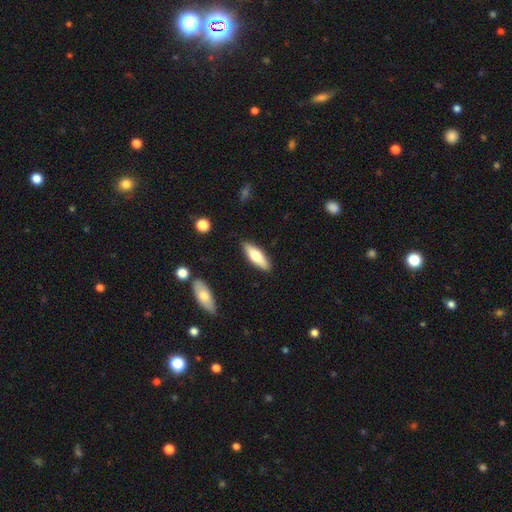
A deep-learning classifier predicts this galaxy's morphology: A smooth galaxy with no disk features (65%) that is in between round and cigar-shaped (51%).

Vote fractions:
- Smooth or featured? smooth: 65% / featured or disk: 29% / star or artifact: 5%
- How rounded? in between: 51% / cigar-shaped: 47% / round: 2%
- Merging? none: 87% / minor disturbance: 9% / major disturbance: 2% / merger: 2%